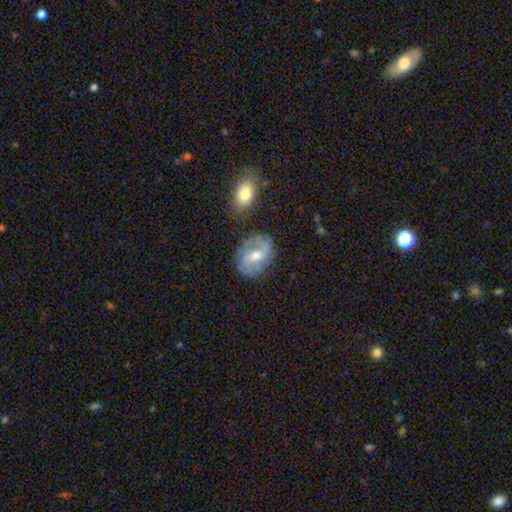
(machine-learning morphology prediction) A featured or disk galaxy (66%) with a weak bar (47%), 2 (85%) loose (41%, tied with medium) spiral arms (82%) and a moderate central bulge (60%).

Vote fractions:
- Smooth or featured? featured or disk: 66% / smooth: 27% / star or artifact: 7%
- Edge-on disk? no: 96% / yes: 4%
- Bar? weak: 47% / no: 31% / strong: 21%
- Spiral arms? yes: 82% / no: 18%
- Spiral winding? loose: 41% (tied) / medium: 41% (tied) / tight: 17%
- Spiral arm count? 2: 85% / can't tell: 9% / 1: 3% / 3: 2% / 4: 1% / more than 4: 1%
- Bulge size? moderate: 60% / small: 34% / large: 3% / none: 2% / dominant: 1%
- Merging? none: 72% / minor disturbance: 18% / major disturbance: 6% / merger: 4%